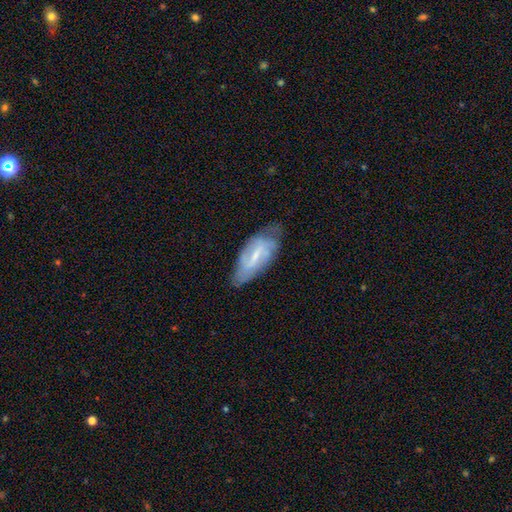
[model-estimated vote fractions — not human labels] A featured or disk galaxy (68%) with a weak bar (49%), 2 (60%) medium (40%) spiral arms (82%) and a small central bulge (57%).

Vote fractions:
- Smooth or featured? featured or disk: 68% / smooth: 25% / star or artifact: 7%
- Edge-on disk? no: 91% / yes: 9%
- Bar? weak: 49% / strong: 35% / no: 16%
- Spiral arms? yes: 82% / no: 18%
- Spiral winding? medium: 40% / tight: 31% / loose: 29%
- Spiral arm count? 2: 60% / can't tell: 27% / 3: 5% / 1: 4% / 4: 2% / more than 4: 2%
- Bulge size? small: 57% / moderate: 28% / none: 12% / large: 2% / dominant: 1%
- Merging? none: 59% / minor disturbance: 30% / major disturbance: 9% / merger: 2%